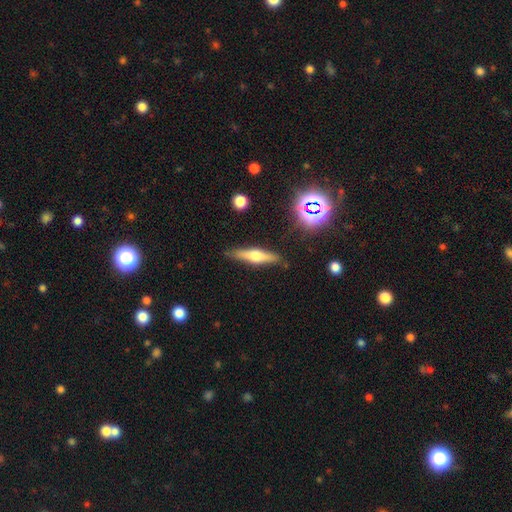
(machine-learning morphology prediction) smooth_or_featured: featured or disk (p=0.56) [alt: smooth p=0.36]
disk_edge_on: yes (p=0.94) [alt: no p=0.06]
edge_on_bulge: rounded (p=0.91) [alt: boxy p=0.06]
merging: none (p=0.86) [alt: minor disturbance p=0.10]